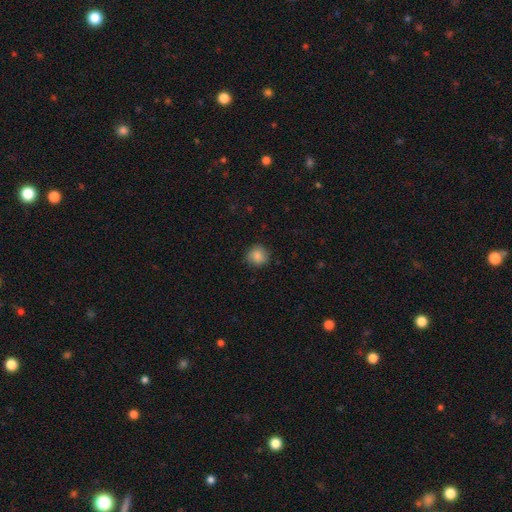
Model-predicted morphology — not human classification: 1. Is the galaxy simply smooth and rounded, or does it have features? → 86% smooth, 9% star or artifact, 5% featured or disk.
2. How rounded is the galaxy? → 89% round, 10% in between, 1% cigar-shaped.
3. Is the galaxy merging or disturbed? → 86% none, 10% minor disturbance, 2% major disturbance, 1% merger.